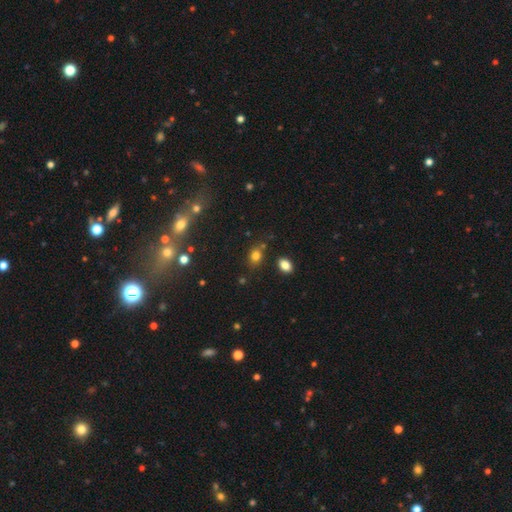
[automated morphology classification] The model was most divided on "how rounded": in between: 58%, round: 41%, cigar-shaped: 2%. More confident: smooth or featured — smooth (78%); merging — none (73%).